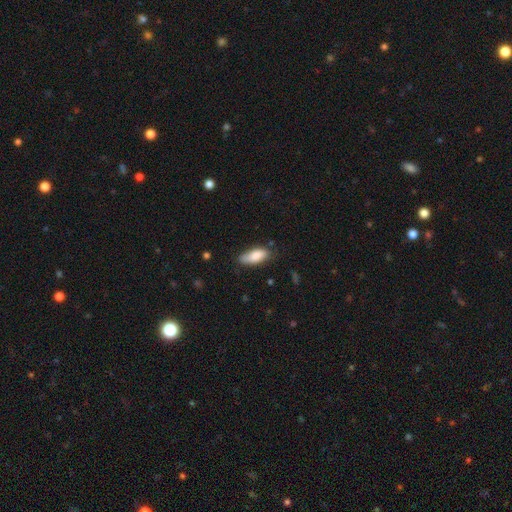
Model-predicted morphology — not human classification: smooth_or_featured: smooth (p=0.84) [alt: featured or disk p=0.10]
how_rounded: in between (p=0.80) [alt: cigar-shaped p=0.18]
merging: none (p=0.68) [alt: minor disturbance p=0.25]